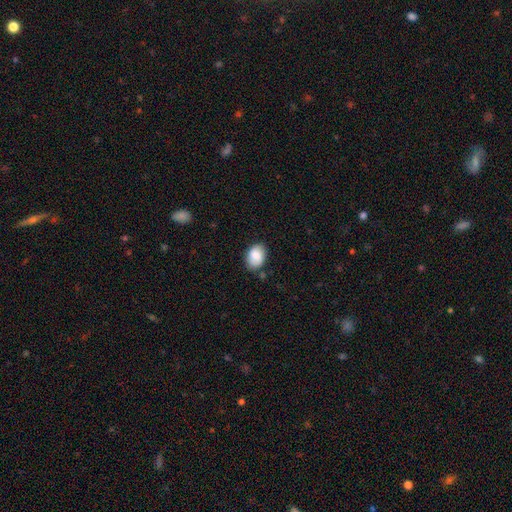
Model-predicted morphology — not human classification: This is clearly a smooth galaxy (82%). How rounded: likely in between (78%). Merging: likely none (77%).